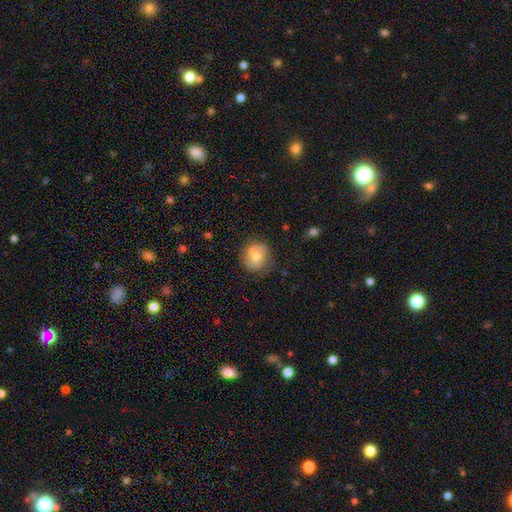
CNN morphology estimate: Smooth or featured? smooth (67%)
How rounded? round (78%)
Merging? none (73%)